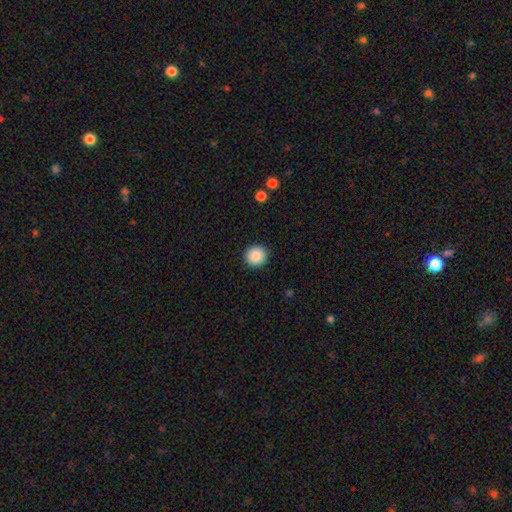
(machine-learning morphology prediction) Smooth or featured?
  - smooth: 87% *
  - star or artifact: 9%
  - featured or disk: 4%
How rounded?
  - round: 95% *
  - in between: 4%
  - cigar-shaped: 1%
Merging?
  - none: 93% *
  - minor disturbance: 4%
  - major disturbance: 2%
  - merger: 1%